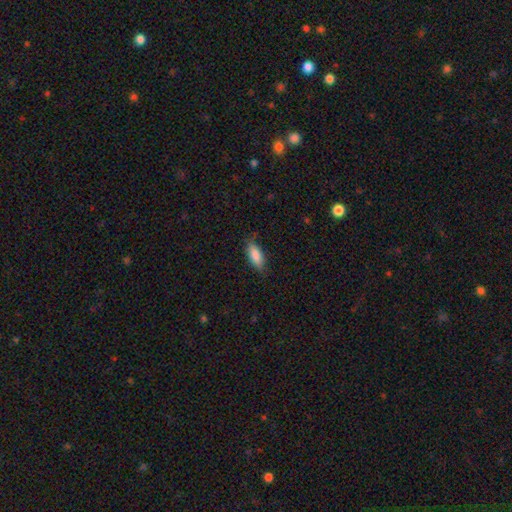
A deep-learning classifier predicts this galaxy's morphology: Q: Smooth or featured?
A: smooth (86%); runner-up: featured or disk (8%)
Q: How rounded?
A: in between (80%); runner-up: cigar-shaped (18%)
Q: Merging?
A: none (77%); runner-up: minor disturbance (18%)